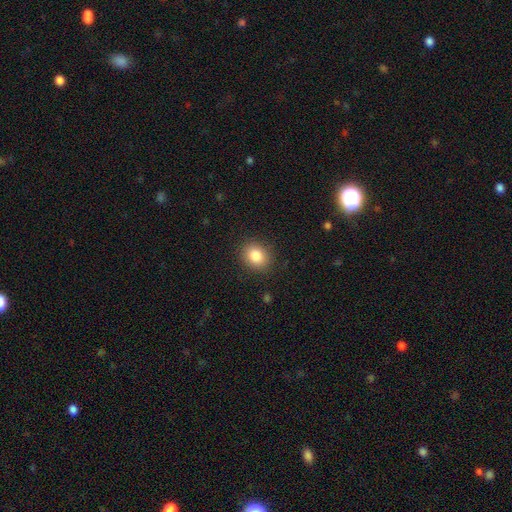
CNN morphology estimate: A smooth galaxy with no disk features (84%) that is round (60%).

Vote fractions:
- Smooth or featured? smooth: 84% / star or artifact: 10% / featured or disk: 6%
- How rounded? round: 60% / in between: 39% / cigar-shaped: 1%
- Merging? none: 88% / minor disturbance: 8% / major disturbance: 3% / merger: 1%